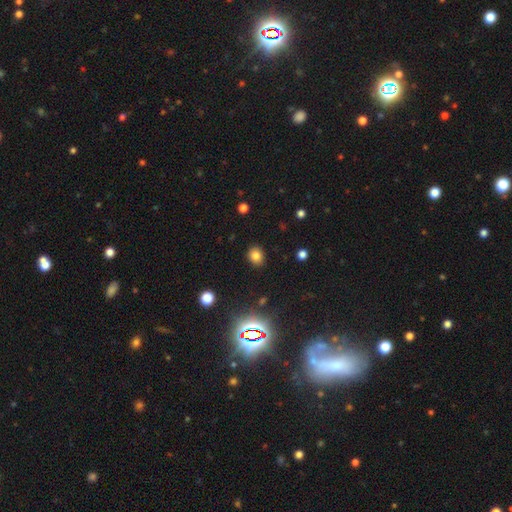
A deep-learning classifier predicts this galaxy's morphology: The model was most divided on "how rounded": round: 59%, in between: 40%, cigar-shaped: 1%. More confident: merging — none (88%); smooth or featured — smooth (78%).